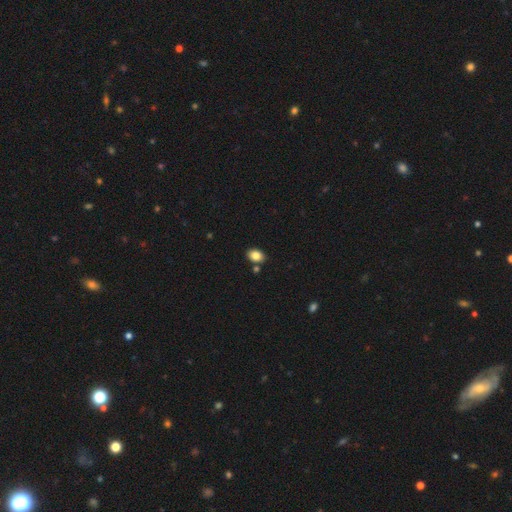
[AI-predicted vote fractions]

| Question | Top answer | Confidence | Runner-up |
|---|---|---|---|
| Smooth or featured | smooth | 84% | star or artifact (9%) |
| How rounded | in between | 77% | round (22%) |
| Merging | none | 80% | minor disturbance (10%) |